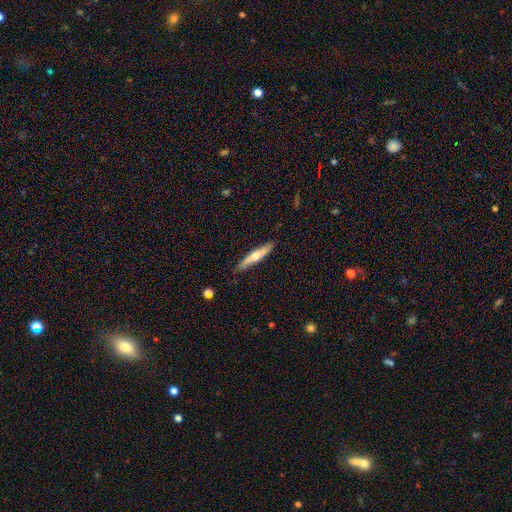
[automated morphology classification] Q: Smooth or featured?
A: featured or disk (48%); runner-up: smooth (47%)
Q: Merging?
A: none (83%); runner-up: minor disturbance (14%)